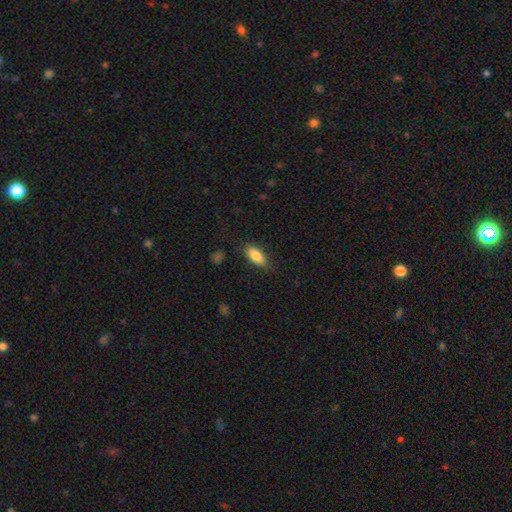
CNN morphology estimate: smooth_or_featured: smooth (p=0.83) [alt: featured or disk p=0.10]
how_rounded: in between (p=0.83) [alt: cigar-shaped p=0.14]
merging: none (p=0.78) [alt: minor disturbance p=0.16]